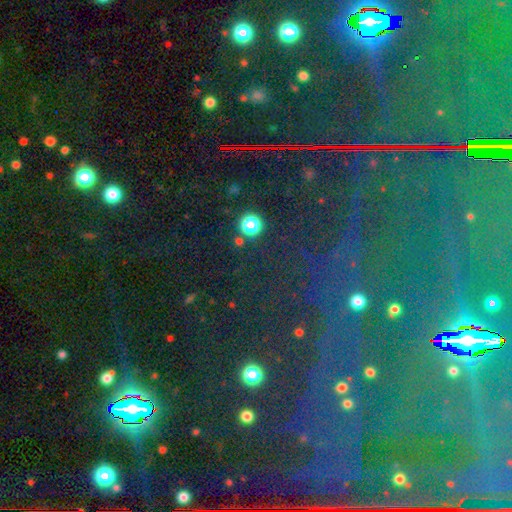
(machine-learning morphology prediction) This is likely a star or artifact rather than a galaxy (78%).